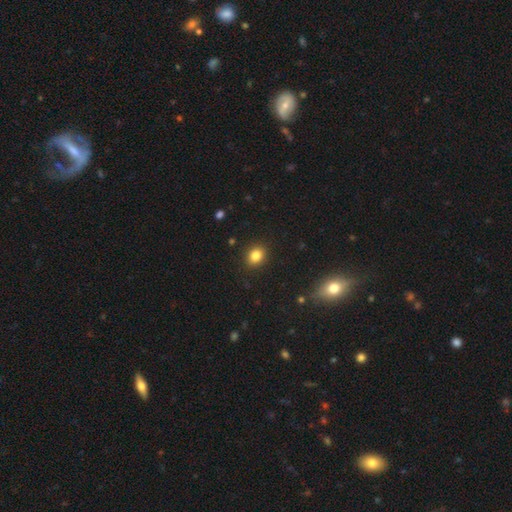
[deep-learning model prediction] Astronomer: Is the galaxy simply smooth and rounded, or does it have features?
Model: smooth — 84%.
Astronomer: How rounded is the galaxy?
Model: round — 57% (runner-up: in between, 42%).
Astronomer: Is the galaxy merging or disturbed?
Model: none — 90%.